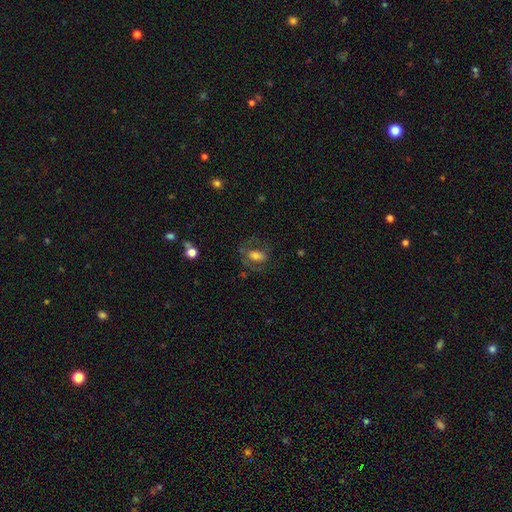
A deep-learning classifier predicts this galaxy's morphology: smooth-or-featured: smooth: 53% | featured or disk: 35% | star or artifact: 11%
  how-rounded: in between: 78% | round: 19% | cigar-shaped: 3%
  merging: none: 54% | major disturbance: 23% | minor disturbance: 20% | merger: 3%